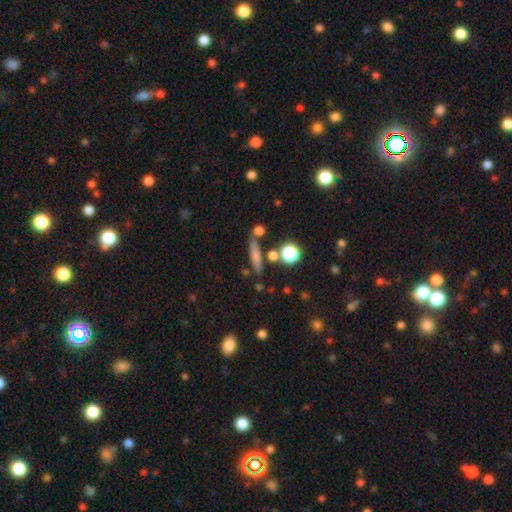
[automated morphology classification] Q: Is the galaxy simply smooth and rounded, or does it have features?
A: smooth — 62%.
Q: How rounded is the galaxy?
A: cigar-shaped — 74%.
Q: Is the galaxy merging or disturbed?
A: none — 73%.